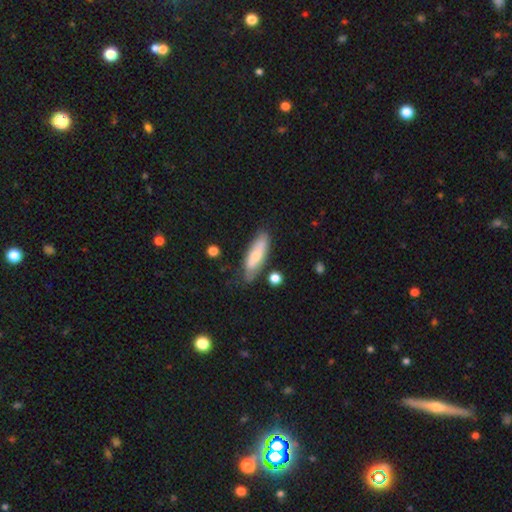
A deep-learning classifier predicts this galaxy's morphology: Q: Smooth or featured?
A: smooth (64%); runner-up: featured or disk (30%)
Q: How rounded?
A: in between (55%); runner-up: cigar-shaped (42%)
Q: Merging?
A: none (65%); runner-up: minor disturbance (24%)